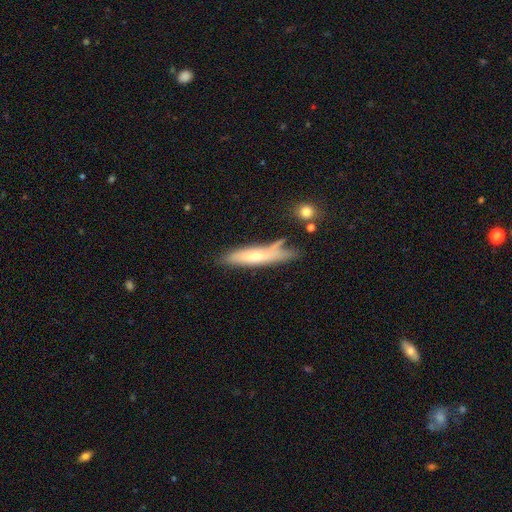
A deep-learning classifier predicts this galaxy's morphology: Smooth or featured? smooth (54%)
How rounded? cigar-shaped (76%)
Merging? none (60%)